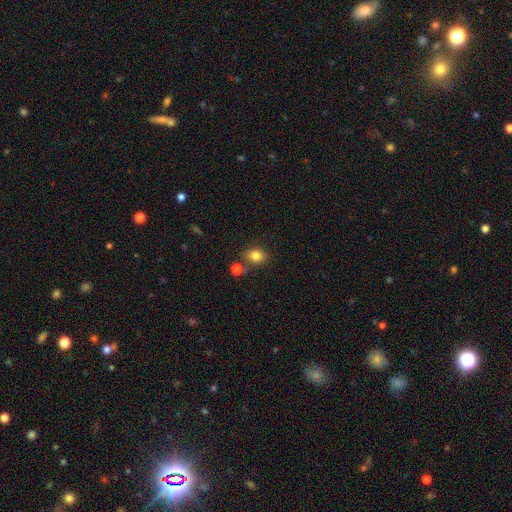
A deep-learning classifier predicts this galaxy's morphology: smooth-or-featured: smooth: 81% | star or artifact: 11% | featured or disk: 8%
  how-rounded: round: 50% | in between: 48% | cigar-shaped: 1%
  merging: none: 68% | minor disturbance: 14% | merger: 14% | major disturbance: 4%